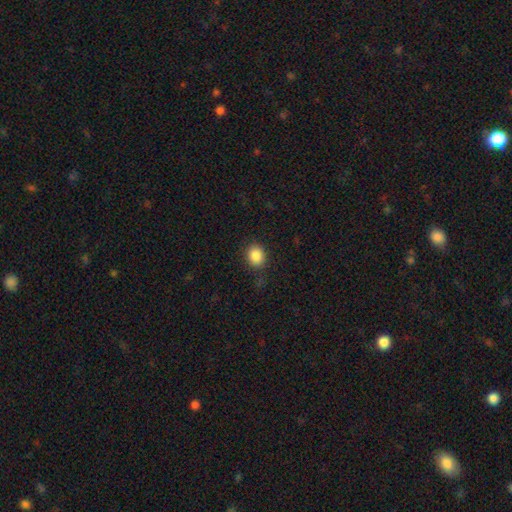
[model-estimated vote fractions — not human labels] Smooth or featured? smooth (87%)
How rounded? round (58%)
Merging? none (84%)